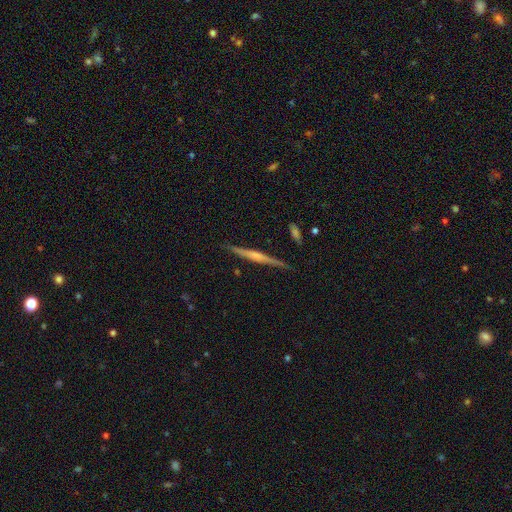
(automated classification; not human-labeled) A featured or disk galaxy (68%) viewed edge-on (98%) with a rounded central bulge (51%). Merging: none (88%).